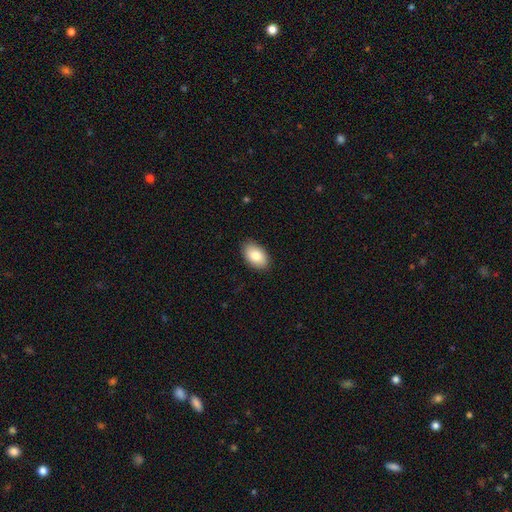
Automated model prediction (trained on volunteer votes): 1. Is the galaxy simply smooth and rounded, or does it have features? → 83% smooth, 11% featured or disk, 7% star or artifact.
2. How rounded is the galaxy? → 93% in between, 6% round, 1% cigar-shaped.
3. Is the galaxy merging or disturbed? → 88% none, 9% minor disturbance, 2% major disturbance, 1% merger.